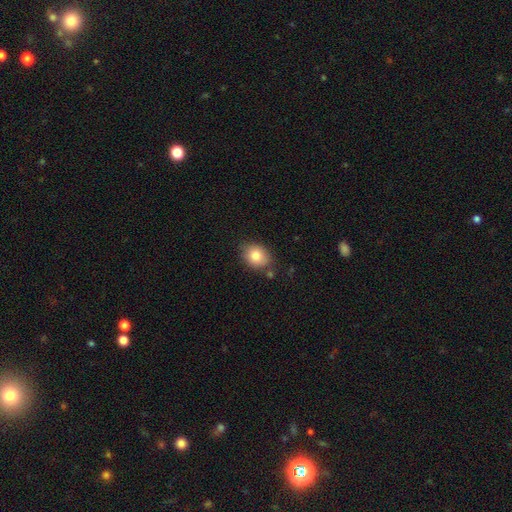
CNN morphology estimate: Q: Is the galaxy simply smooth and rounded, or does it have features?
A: smooth — 81%.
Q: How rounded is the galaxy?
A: in between — 53%.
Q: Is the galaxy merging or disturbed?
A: none — 76%.